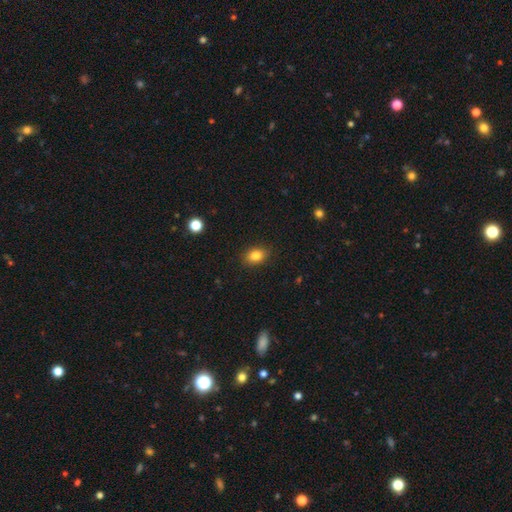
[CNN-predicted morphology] Smooth or featured: smooth — 84% (star or artifact — 10%)
How rounded: in between — 70% (round — 29%)
Merging: none — 88% (minor disturbance — 8%)